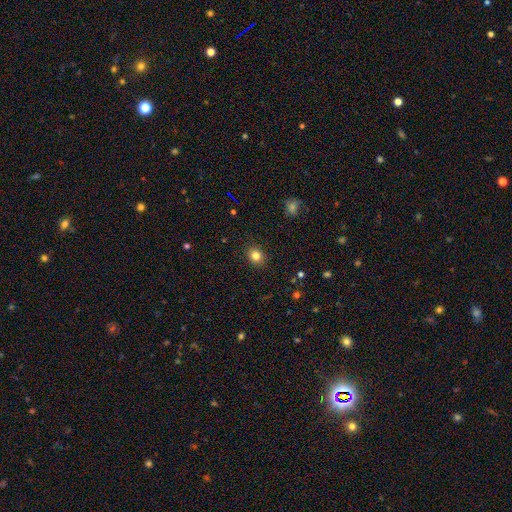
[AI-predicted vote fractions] This appears to be a smooth galaxy with no disk features (82%) that is round (71%). Merging: none (90%).